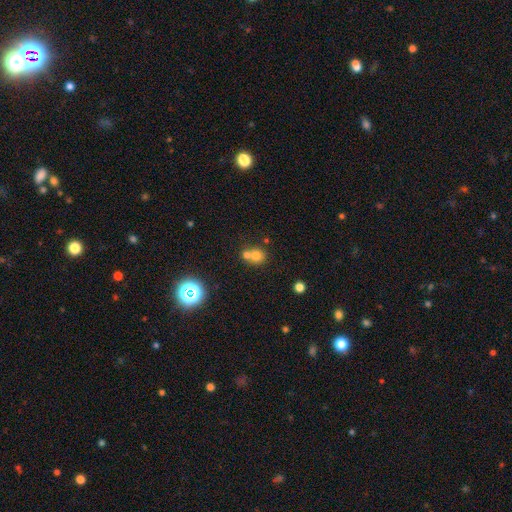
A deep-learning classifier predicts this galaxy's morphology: The model was most divided on "merging": merger: 48%, none: 43%, minor disturbance: 7%, major disturbance: 3%. More confident: how rounded — round (82%); smooth or featured — smooth (72%).